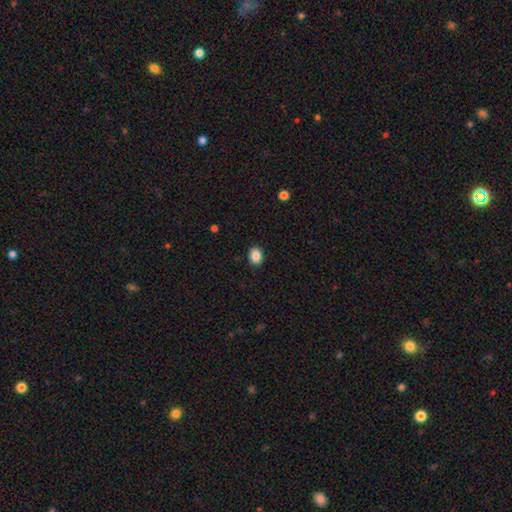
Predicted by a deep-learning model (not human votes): The model was most divided on "how rounded": in between: 61%, round: 38%, cigar-shaped: 1%. More confident: merging — none (90%); smooth or featured — smooth (87%).